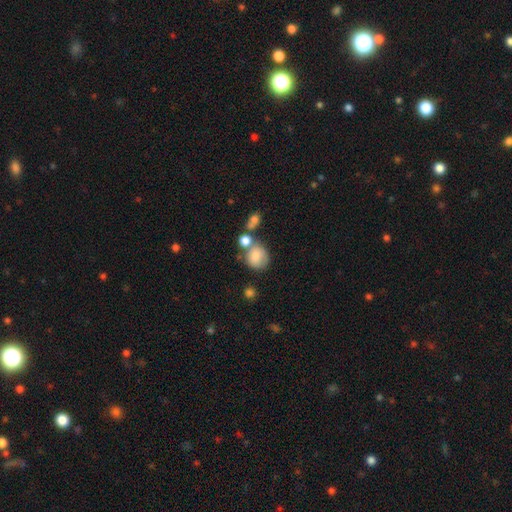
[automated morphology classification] Overall: smooth (77%). How rounded: round (76%). Merging: none (47%; merger 28%).